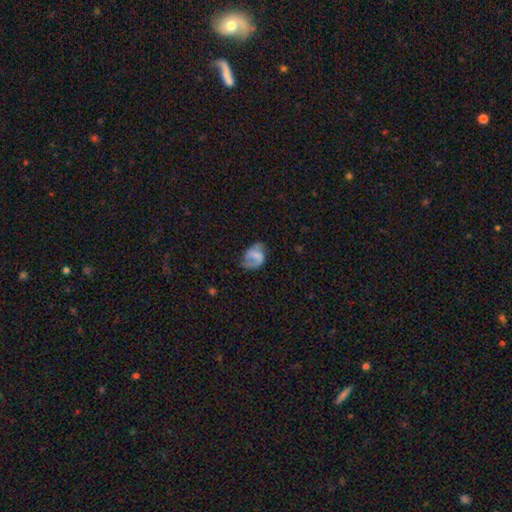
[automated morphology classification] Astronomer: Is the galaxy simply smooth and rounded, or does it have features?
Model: smooth — 49% (runner-up: featured or disk, 42%).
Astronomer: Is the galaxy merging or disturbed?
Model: none — 47% (runner-up: minor disturbance, 29%).